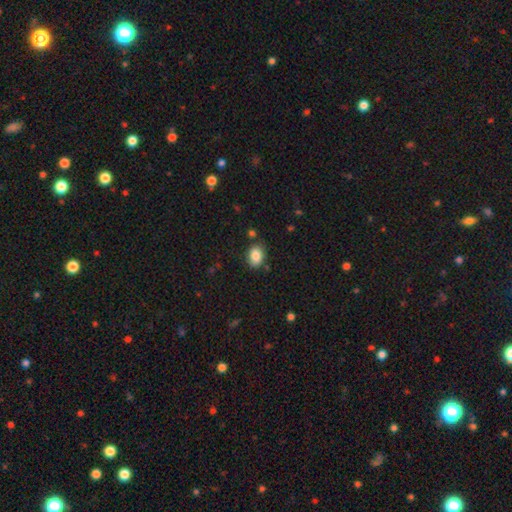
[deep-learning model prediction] A smooth galaxy with no disk features (85%) that is in between round and cigar-shaped (76%). Merging: none (80%).